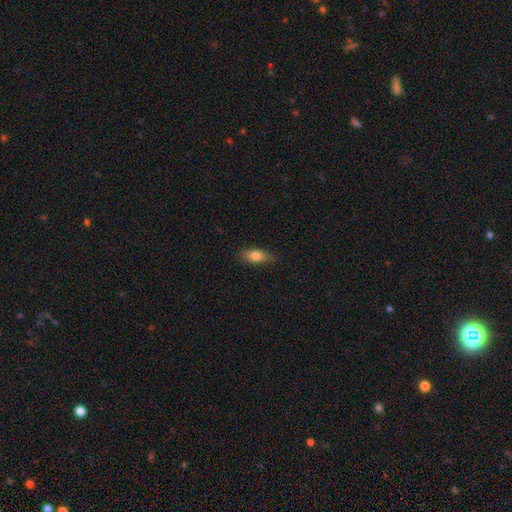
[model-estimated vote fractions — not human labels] Smooth or featured? smooth (75%)
How rounded? in between (77%)
Merging? none (85%)